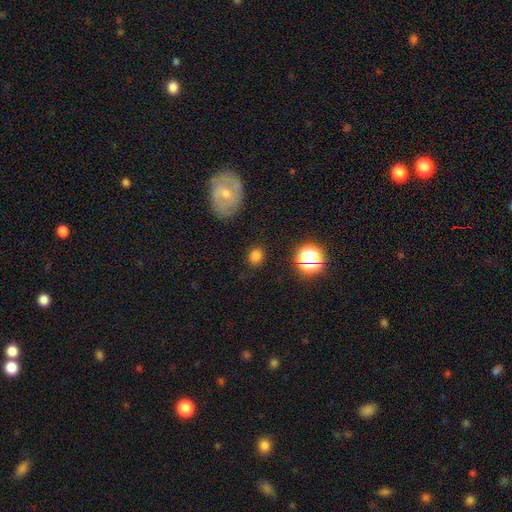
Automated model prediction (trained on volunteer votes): smooth 77%, star or artifact 16%, featured or disk 7%. Down the decision tree: how rounded — round (62%); merging — none (83%).